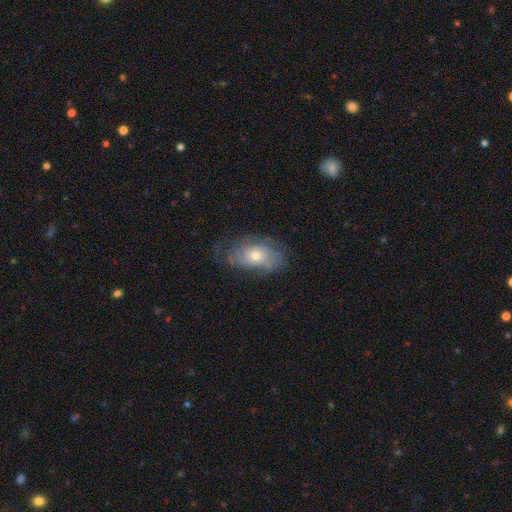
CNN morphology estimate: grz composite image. It shows a featured or disk galaxy (49%). Merging: none (60%).